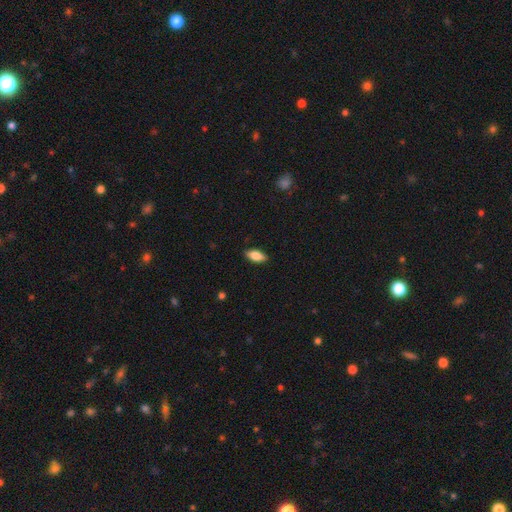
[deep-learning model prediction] Smooth or featured? smooth (83%)
How rounded? in between (88%)
Merging? none (87%)